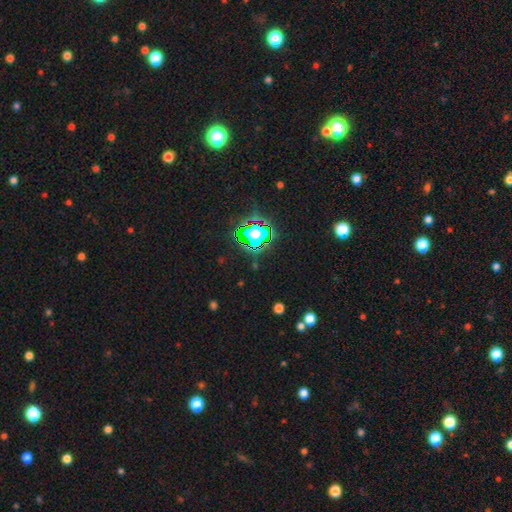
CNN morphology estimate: Smooth or featured? Predicted: star or artifact (p=0.74).